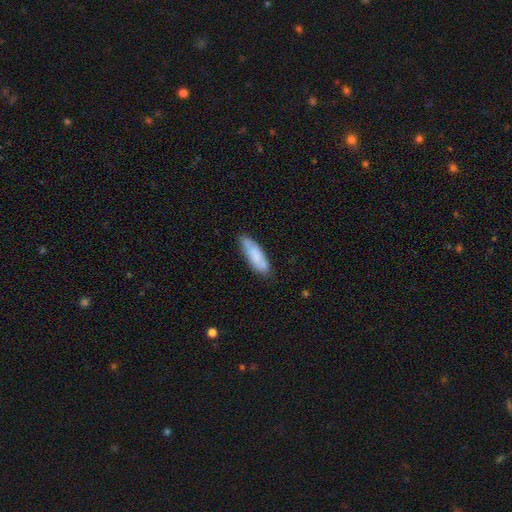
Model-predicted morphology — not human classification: This appears to be a smooth galaxy with no disk features (78%) that is in between round and cigar-shaped (53%). Merging: none (77%).